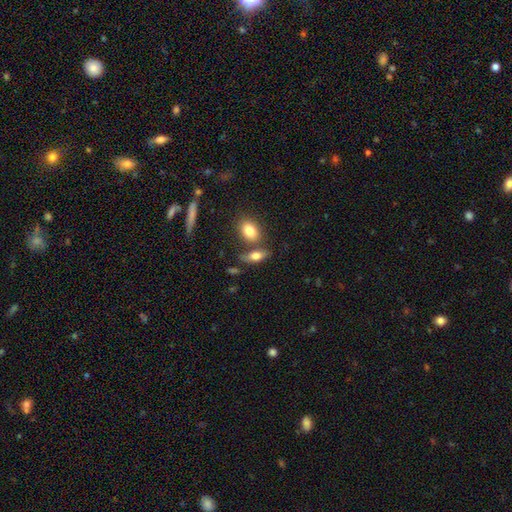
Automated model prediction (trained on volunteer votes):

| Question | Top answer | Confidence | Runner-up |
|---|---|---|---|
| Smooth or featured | smooth | 75% | featured or disk (17%) |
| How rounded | in between | 80% | cigar-shaped (13%) |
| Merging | none | 57% | merger (25%) |